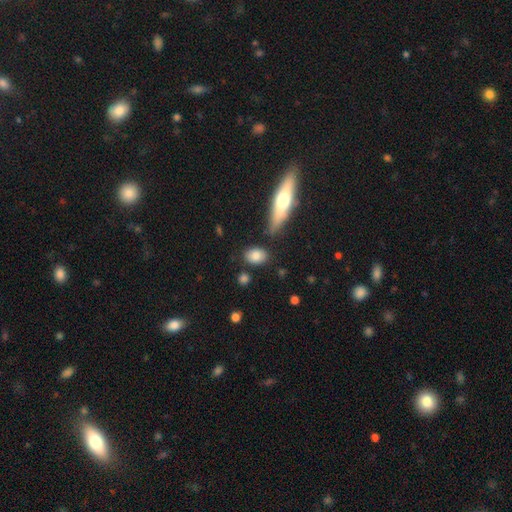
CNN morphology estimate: Smooth or featured? smooth (83%)
How rounded? in between (78%)
Merging? none (80%)